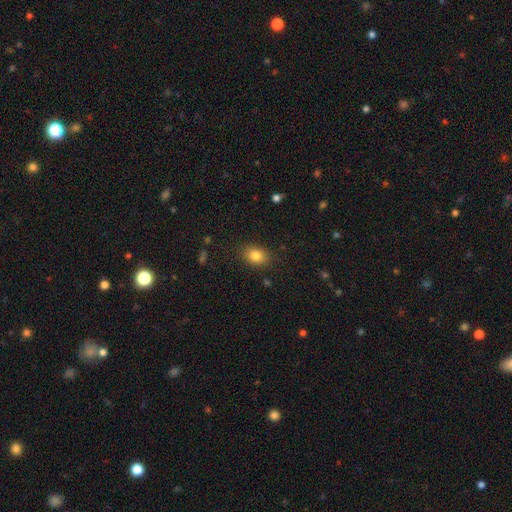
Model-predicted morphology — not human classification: Overall: smooth (83%). How rounded: in between (61%; round 38%). Merging: none (86%).